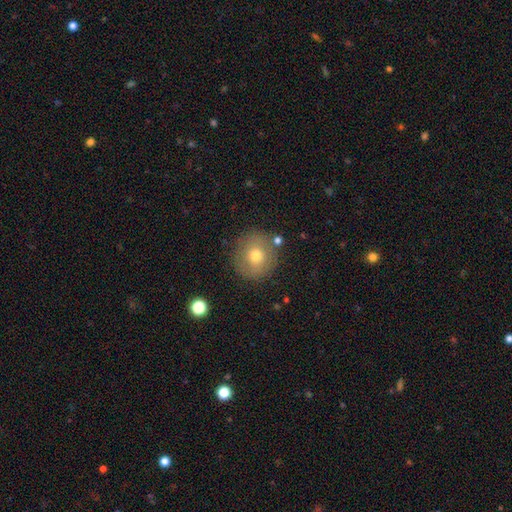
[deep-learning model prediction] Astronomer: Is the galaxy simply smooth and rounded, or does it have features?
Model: smooth — 69%.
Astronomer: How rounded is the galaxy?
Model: round — 89%.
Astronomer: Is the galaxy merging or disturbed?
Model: none — 83%.